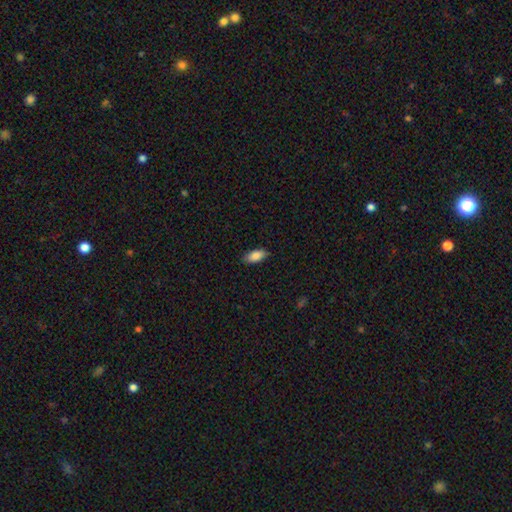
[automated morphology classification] smooth_or_featured: smooth (p=0.86) [alt: featured or disk p=0.08]
how_rounded: in between (p=0.90) [alt: cigar-shaped p=0.08]
merging: none (p=0.86) [alt: minor disturbance p=0.11]